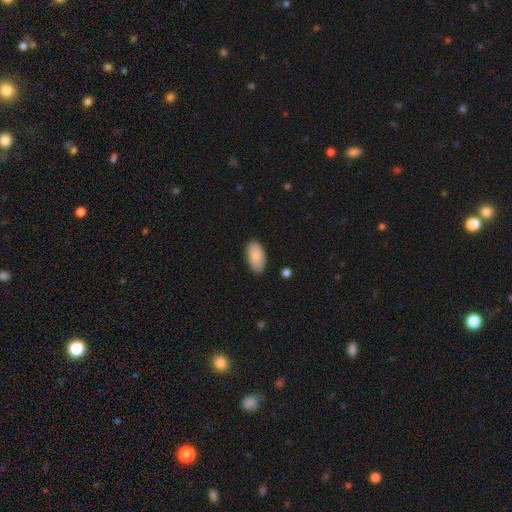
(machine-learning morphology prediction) A smooth galaxy with no disk features (88%) that is in between round and cigar-shaped (95%).

Vote fractions:
- Smooth or featured? smooth: 88% / star or artifact: 6% / featured or disk: 6%
- How rounded? in between: 95% / round: 3% / cigar-shaped: 2%
- Merging? none: 83% / minor disturbance: 13% / major disturbance: 2% / merger: 1%